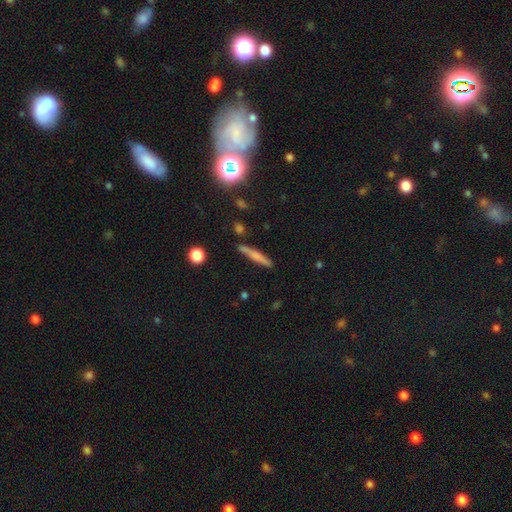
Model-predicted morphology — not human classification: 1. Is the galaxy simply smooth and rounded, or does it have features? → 61% smooth, 31% featured or disk, 9% star or artifact.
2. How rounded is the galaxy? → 92% cigar-shaped, 6% in between, 2% round.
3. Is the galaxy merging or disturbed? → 83% none, 11% minor disturbance, 3% merger, 2% major disturbance.